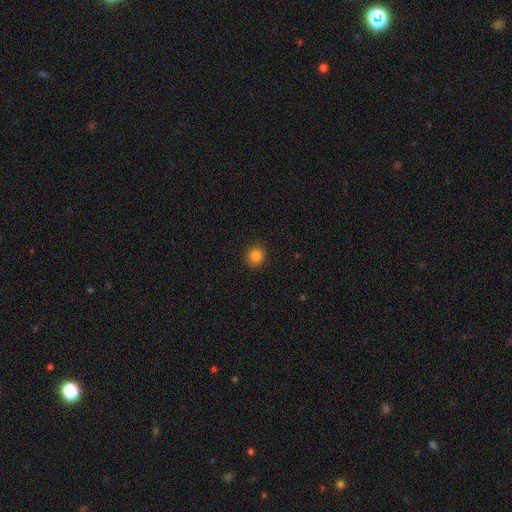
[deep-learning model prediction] Overall: smooth (84%). How rounded: round (86%). Merging: none (91%).